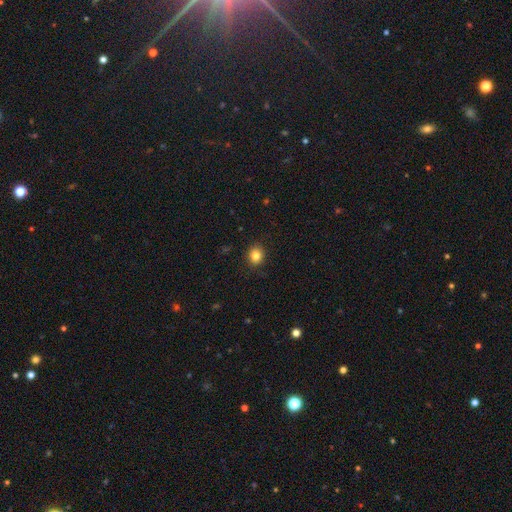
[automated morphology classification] Smooth or featured? smooth (84%)
How rounded? round (71%)
Merging? none (89%)